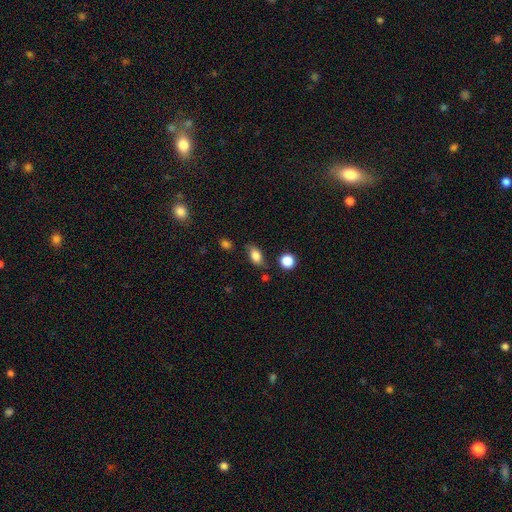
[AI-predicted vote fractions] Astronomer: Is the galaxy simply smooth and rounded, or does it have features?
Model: smooth — 81%.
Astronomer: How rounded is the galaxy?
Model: in between — 83%.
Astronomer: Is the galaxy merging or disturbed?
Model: none — 74%.